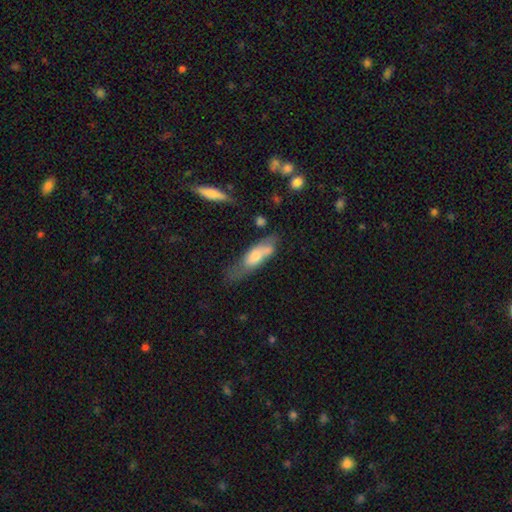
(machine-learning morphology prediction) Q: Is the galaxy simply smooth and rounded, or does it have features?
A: smooth — 58%.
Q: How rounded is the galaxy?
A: in between — 56%.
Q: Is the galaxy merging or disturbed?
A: none — 44%.